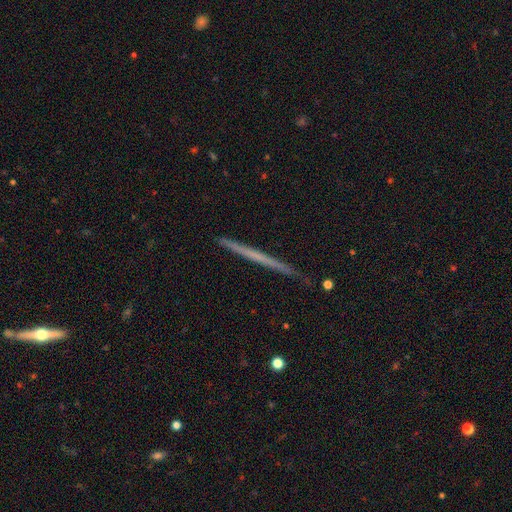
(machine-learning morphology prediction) Smooth or featured: featured or disk — 56% (smooth — 38%)
Edge-on disk: yes — 98% (no — 2%)
Edge-on bulge: none — 92% (rounded — 5%)
Merging: none — 91% (minor disturbance — 7%)